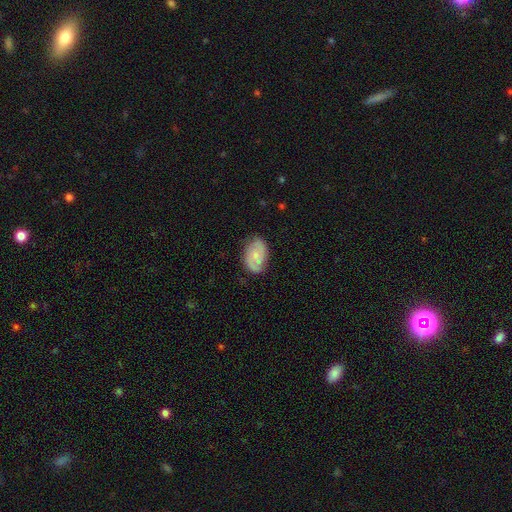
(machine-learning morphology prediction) Smooth or featured?
  - featured or disk: 60% *
  - smooth: 34%
  - star or artifact: 6%
Edge-on disk?
  - no: 96% *
  - yes: 4%
Bar?
  - no: 68% *
  - weak: 28%
  - strong: 4%
Spiral arms?
  - yes: 86% *
  - no: 14%
Bulge size?
  - small: 62% *
  - moderate: 31%
  - none: 4%
  - large: 1%
  - dominant: 1%
Merging?
  - none: 74% *
  - minor disturbance: 20%
  - major disturbance: 5%
  - merger: 1%